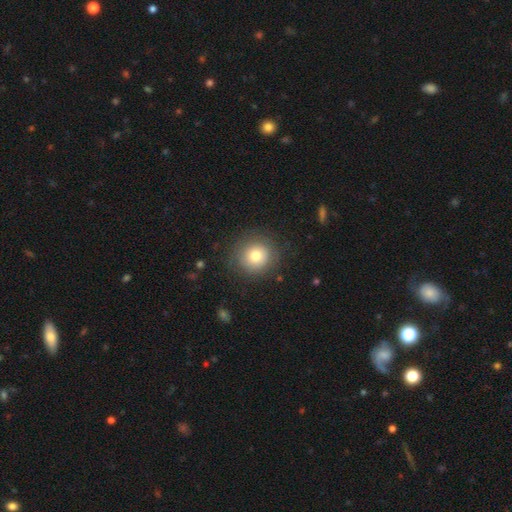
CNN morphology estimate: Overall: smooth (75%). How rounded: round (93%). Merging: none (85%).